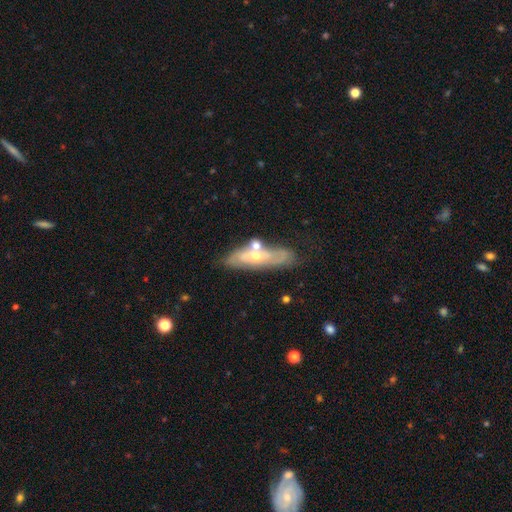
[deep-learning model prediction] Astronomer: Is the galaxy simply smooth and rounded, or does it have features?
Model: featured or disk — 61%.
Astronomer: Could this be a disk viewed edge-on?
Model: no — 69%.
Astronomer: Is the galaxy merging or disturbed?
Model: none — 54%.